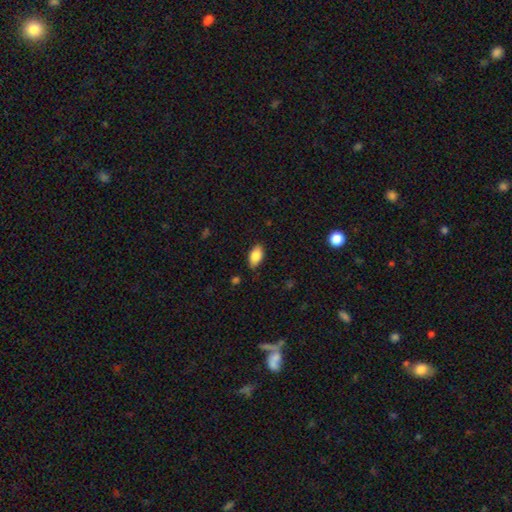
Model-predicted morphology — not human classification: smooth 83%, featured or disk 10%, star or artifact 7%. Down the decision tree: how rounded — in between (92%); merging — none (82%).